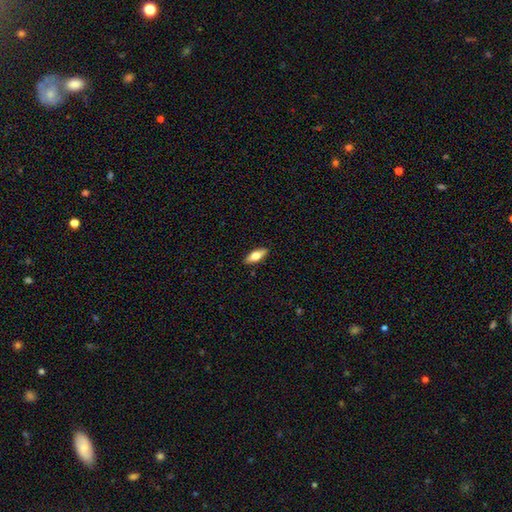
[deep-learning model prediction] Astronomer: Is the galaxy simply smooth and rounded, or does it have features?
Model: smooth — 60%.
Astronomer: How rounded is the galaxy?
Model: in between — 67%.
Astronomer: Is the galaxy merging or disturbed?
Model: none — 90%.